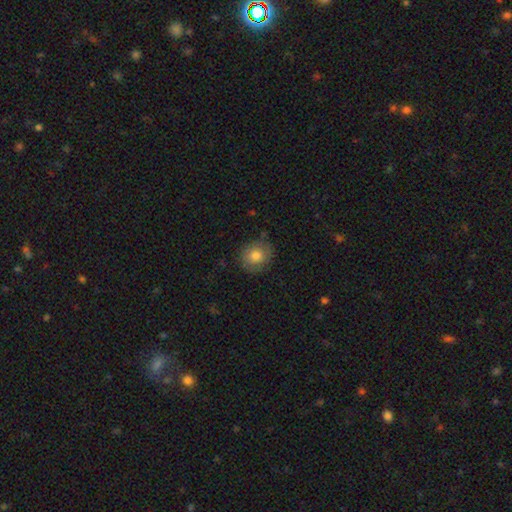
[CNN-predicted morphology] type=smooth (78%); roundness=round (80%); merging=none (81%).